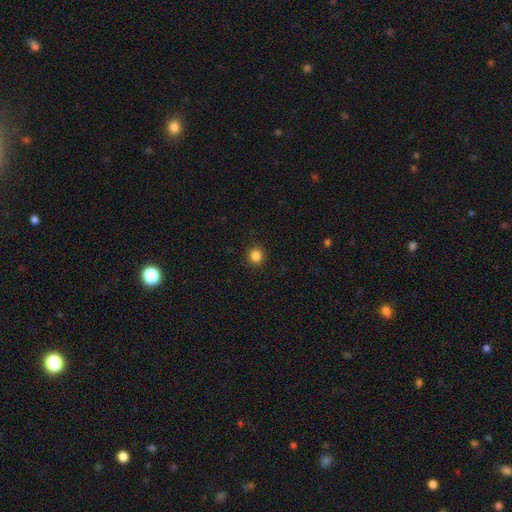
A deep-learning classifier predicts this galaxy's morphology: Q: Smooth or featured?
A: smooth (85%); runner-up: star or artifact (12%)
Q: How rounded?
A: round (91%); runner-up: in between (8%)
Q: Merging?
A: none (92%); runner-up: minor disturbance (5%)